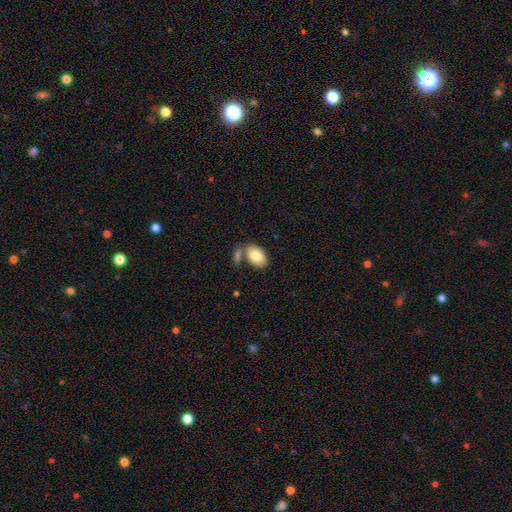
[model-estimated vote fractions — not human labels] This is clearly a smooth galaxy (81%). How rounded: clearly in between (92%). Merging: possibly none (59%).